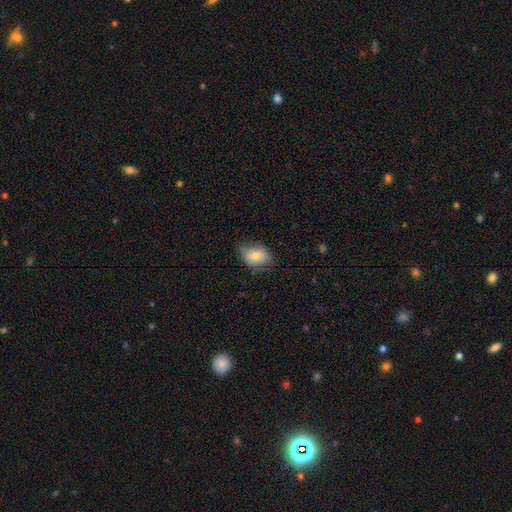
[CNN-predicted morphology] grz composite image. It shows a smooth galaxy with no disk features (71%) that is in between round and cigar-shaped (64%). Merging: none (65%).